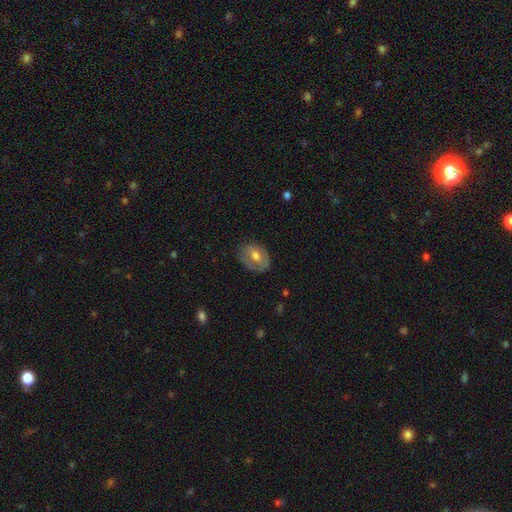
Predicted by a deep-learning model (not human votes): Q: Smooth or featured?
A: smooth (52%); runner-up: featured or disk (41%)
Q: How rounded?
A: in between (70%); runner-up: round (28%)
Q: Merging?
A: none (70%); runner-up: minor disturbance (22%)